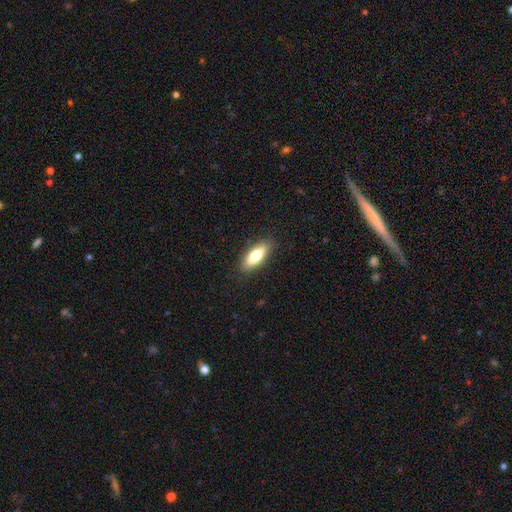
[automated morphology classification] Smooth or featured? smooth (72%)
How rounded? in between (64%)
Merging? none (87%)